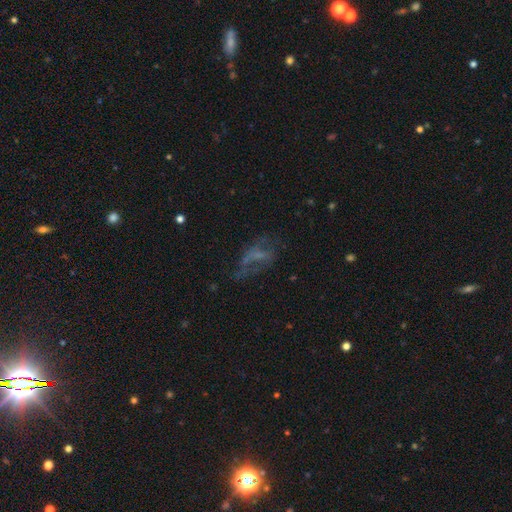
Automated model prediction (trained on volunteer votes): This appears to be a featured or disk galaxy (46%). Merging: none (38%).